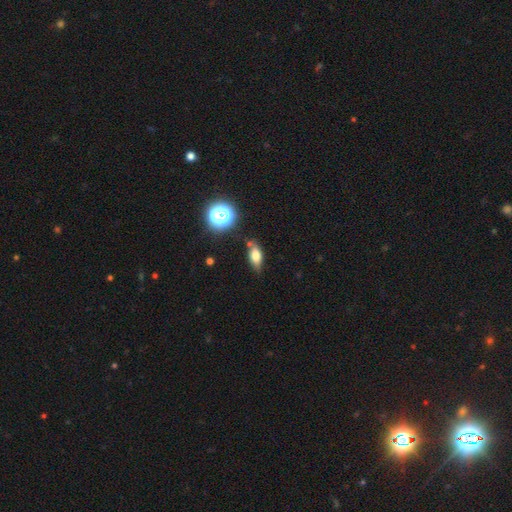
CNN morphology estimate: The model was most divided on "merging": none: 67%, minor disturbance: 21%, merger: 7%, major disturbance: 5%. More confident: how rounded — in between (73%); smooth or featured — smooth (69%).